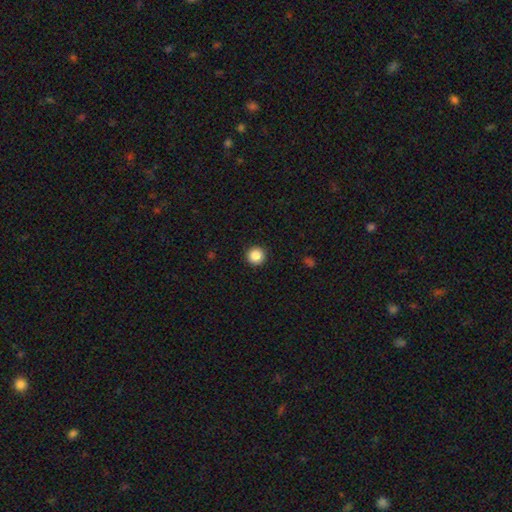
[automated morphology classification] This appears to be a smooth galaxy with no disk features (87%) that is round (96%). Merging: none (93%).